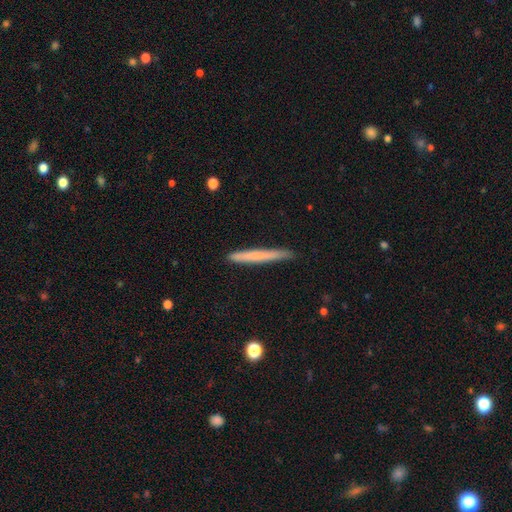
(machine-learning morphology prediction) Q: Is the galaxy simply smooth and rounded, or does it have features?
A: smooth — 63%.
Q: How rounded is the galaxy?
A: cigar-shaped — 97%.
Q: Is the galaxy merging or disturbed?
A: none — 88%.